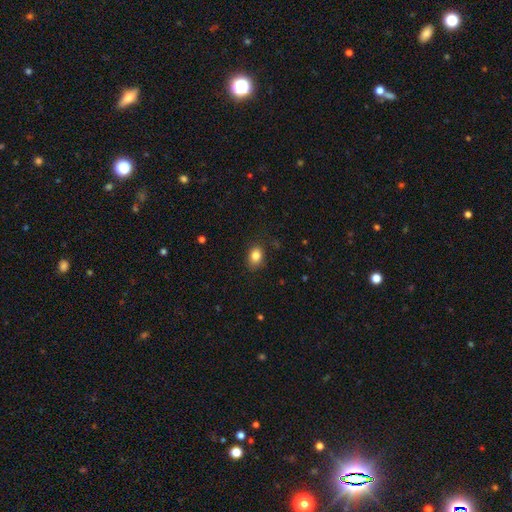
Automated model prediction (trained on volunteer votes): smooth_or_featured: smooth (p=0.84) [alt: star or artifact p=0.09]
how_rounded: in between (p=0.72) [alt: round p=0.27]
merging: none (p=0.82) [alt: minor disturbance p=0.14]